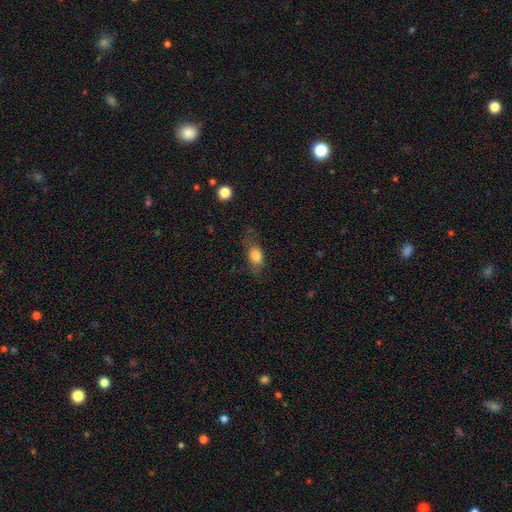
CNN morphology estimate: This appears to be a smooth galaxy with no disk features (78%) that is in between round and cigar-shaped (78%). Merging: none (62%).